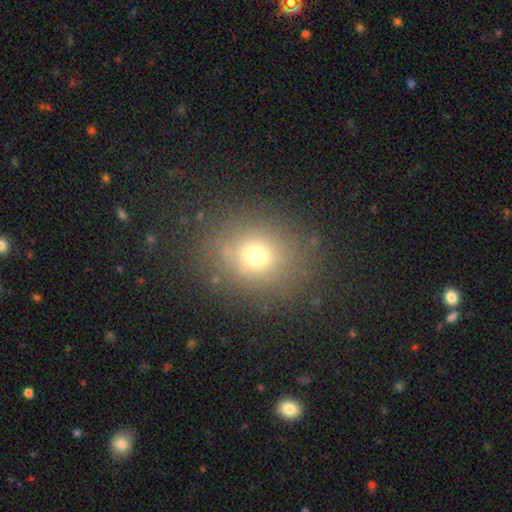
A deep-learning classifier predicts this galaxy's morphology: The model was most divided on "how rounded": round: 67%, in between: 32%, cigar-shaped: 1%. More confident: merging — none (81%); smooth or featured — smooth (70%).